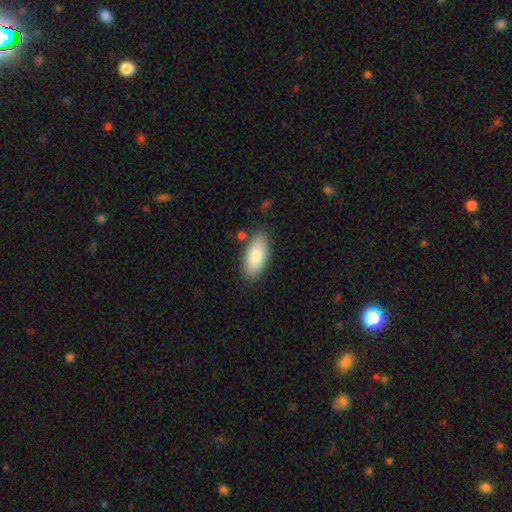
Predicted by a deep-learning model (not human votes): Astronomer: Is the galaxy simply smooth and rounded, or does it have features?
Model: smooth — 81%.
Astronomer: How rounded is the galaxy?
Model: in between — 90%.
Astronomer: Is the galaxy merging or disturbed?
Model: none — 83%.